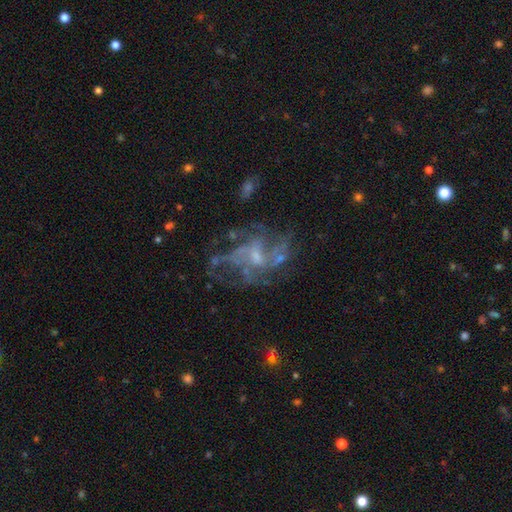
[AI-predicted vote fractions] The model was most divided on "bulge size": small: 49%, moderate: 29%, none: 19%, large: 2%, dominant: 1%. More confident: edge-on disk — no (97%); smooth or featured — featured or disk (74%); spiral arms — yes (64%); bar — no (59%); merging — none (51%).